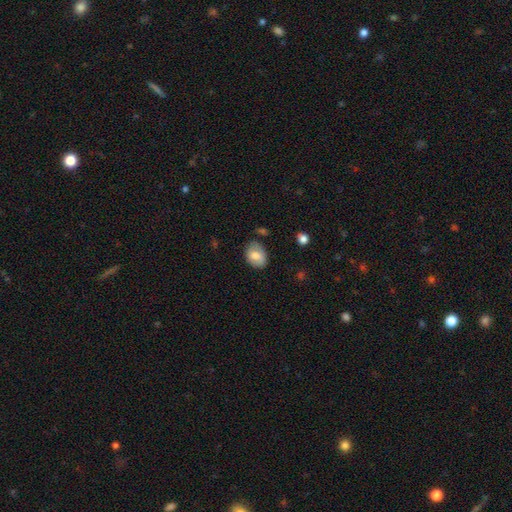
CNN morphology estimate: Smooth or featured? smooth (72%)
How rounded? in between (74%)
Merging? none (71%)